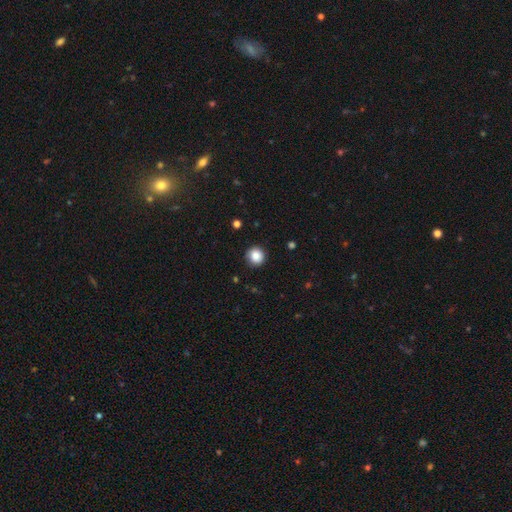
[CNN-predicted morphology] Smooth or featured? Predicted: smooth (p=0.85). How rounded? Predicted: round (p=0.94). Merging? Predicted: none (p=0.90).